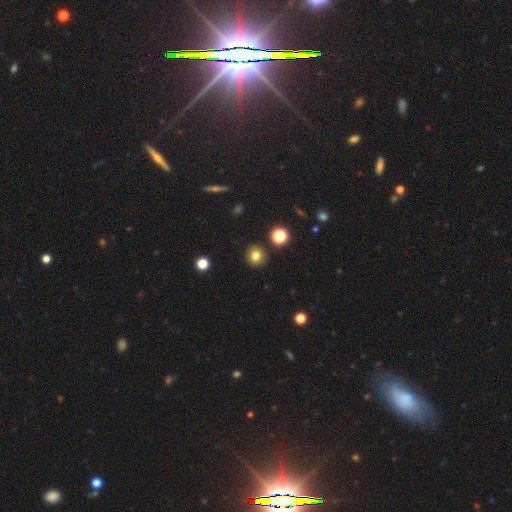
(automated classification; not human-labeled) smooth-or-featured: smooth: 80% | star or artifact: 13% | featured or disk: 7%
  how-rounded: round: 89% | in between: 10% | cigar-shaped: 1%
  merging: none: 90% | minor disturbance: 6% | merger: 2% | major disturbance: 2%